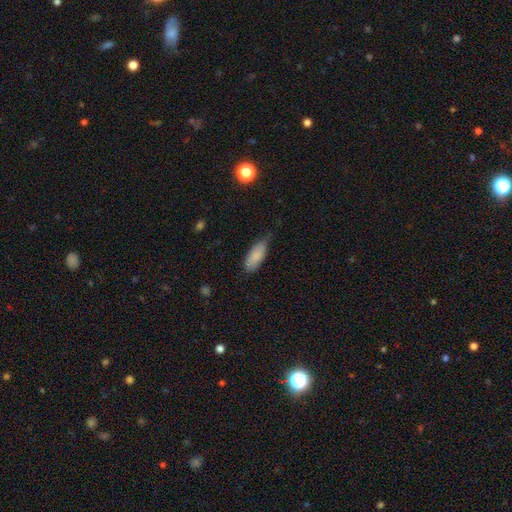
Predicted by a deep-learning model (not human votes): Smooth or featured?
  - smooth: 86% *
  - featured or disk: 7%
  - star or artifact: 6%
How rounded?
  - in between: 79% *
  - cigar-shaped: 19%
  - round: 2%
Merging?
  - none: 56% *
  - minor disturbance: 36%
  - major disturbance: 6%
  - merger: 2%